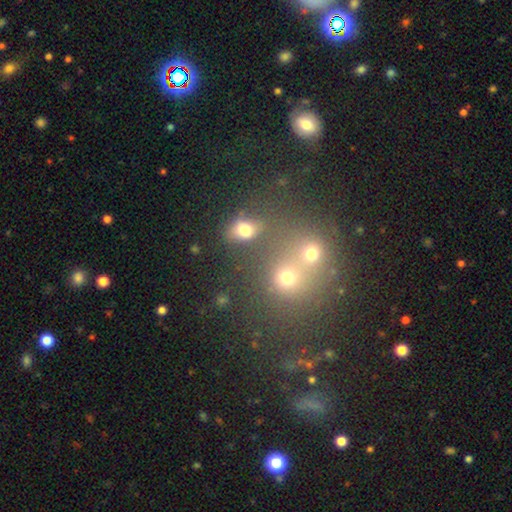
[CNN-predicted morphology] This is possibly a smooth galaxy (47%). Merging: possibly none (49%).